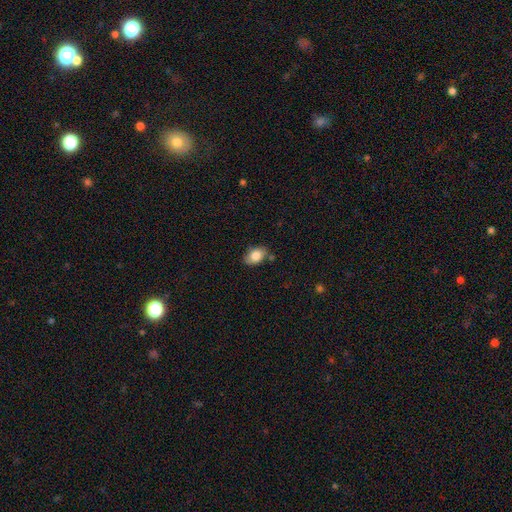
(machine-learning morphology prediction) Smooth or featured: smooth — 82% (featured or disk — 10%)
How rounded: in between — 87% (round — 11%)
Merging: none — 76% (minor disturbance — 16%)